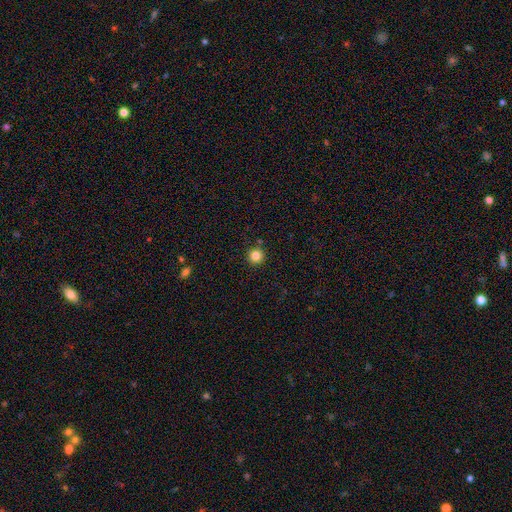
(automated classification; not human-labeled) smooth-or-featured: smooth: 84% | star or artifact: 12% | featured or disk: 4%
  how-rounded: round: 96% | in between: 3% | cigar-shaped: 1%
  merging: none: 90% | minor disturbance: 5% | merger: 3% | major disturbance: 2%